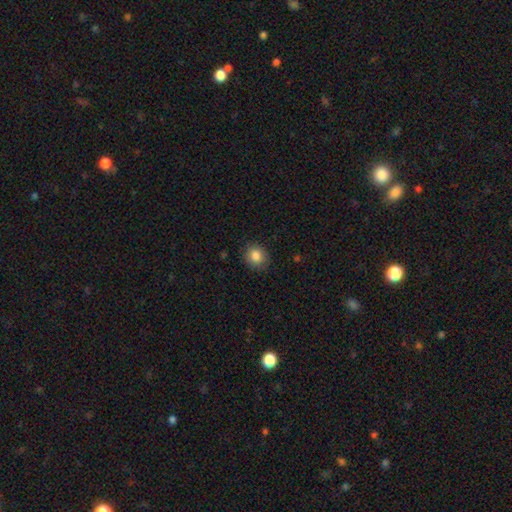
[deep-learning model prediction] Smooth or featured: smooth — 85% (star or artifact — 10%)
How rounded: round — 75% (in between — 24%)
Merging: none — 87% (minor disturbance — 10%)